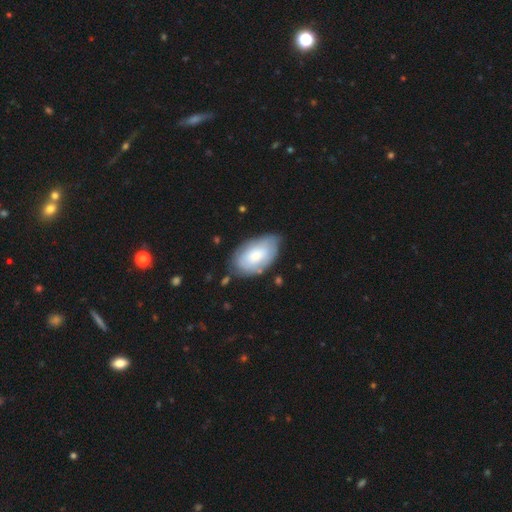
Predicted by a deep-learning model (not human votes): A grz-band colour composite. It shows a smooth galaxy with no disk features (68%) that is in between round and cigar-shaped (94%). Merging: none (67%).